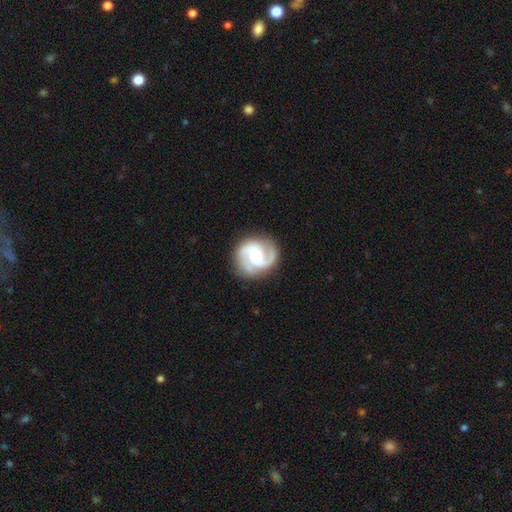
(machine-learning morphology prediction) Smooth or featured? Predicted: featured or disk (p=0.86). Edge-on disk? Predicted: no (p=0.98). Bar? Predicted: no (p=0.55). Spiral arms? Predicted: yes (p=0.97). Spiral winding? Predicted: medium (p=0.54). Spiral arm count? Predicted: 2 (p=0.77). Bulge size? Predicted: moderate (p=0.58). Merging? Predicted: none (p=0.83).